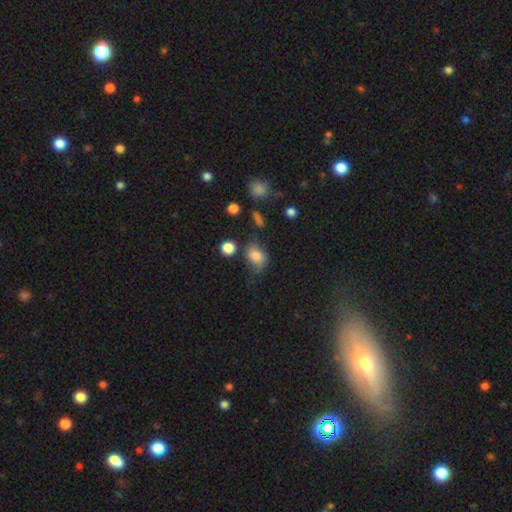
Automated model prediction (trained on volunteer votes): The model was most divided on "merging": none: 52%, minor disturbance: 29%, major disturbance: 13%, merger: 6%. More confident: smooth or featured — smooth (79%); how rounded — in between (71%).